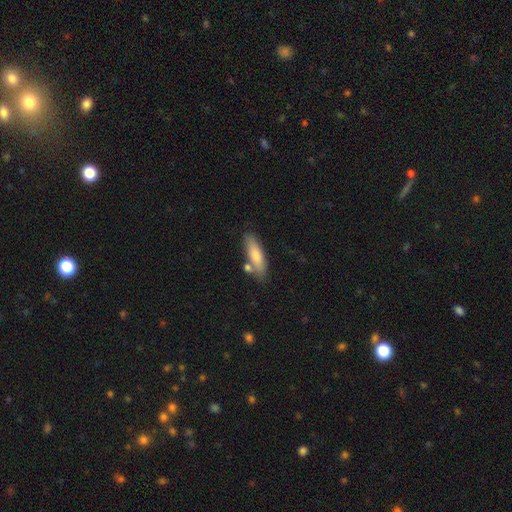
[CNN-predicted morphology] Smooth or featured? Predicted: smooth (p=0.77). How rounded? Predicted: cigar-shaped (p=0.52). Merging? Predicted: none (p=0.68).